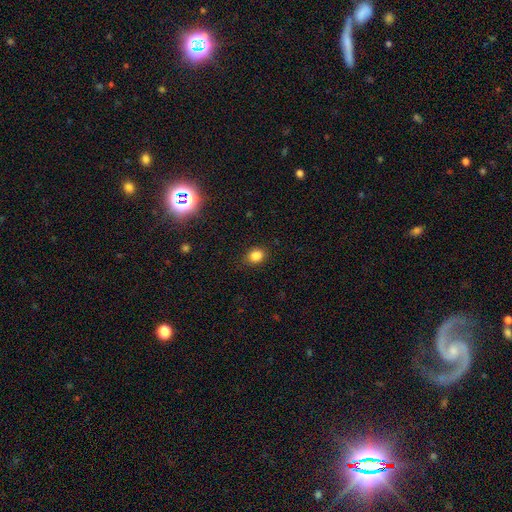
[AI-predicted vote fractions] This appears to be a smooth galaxy with no disk features (84%) that is in between round and cigar-shaped (50%). Merging: none (84%).